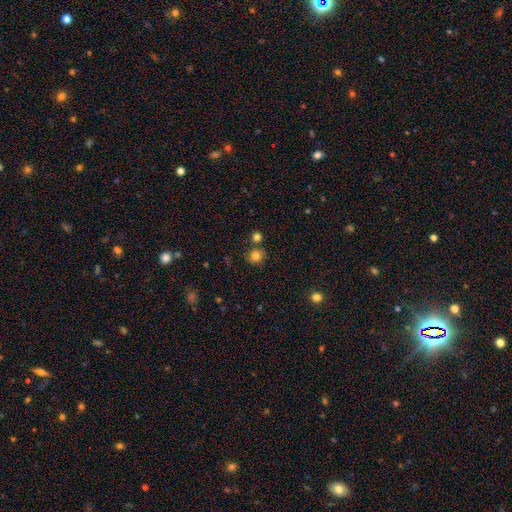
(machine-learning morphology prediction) Smooth or featured: smooth — 81% (star or artifact — 12%)
How rounded: round — 86% (in between — 13%)
Merging: none — 75% (minor disturbance — 11%)